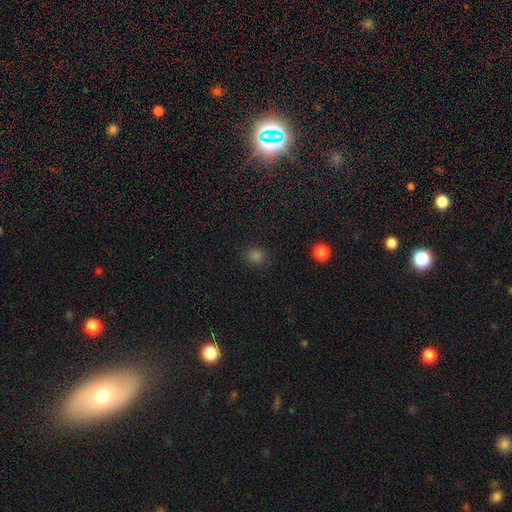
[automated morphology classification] This is likely a smooth galaxy (75%). How rounded: likely round (80%). Merging: clearly none (88%).